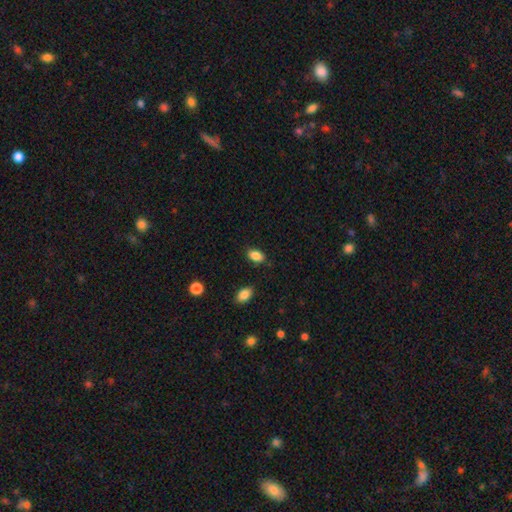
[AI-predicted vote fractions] The model was most divided on "merging": none: 84%, minor disturbance: 11%, major disturbance: 3%, merger: 2%. More confident: how rounded — in between (89%); smooth or featured — smooth (87%).